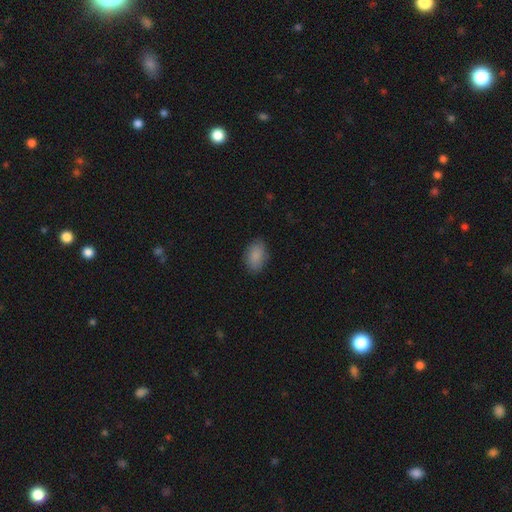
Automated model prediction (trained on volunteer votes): Smooth or featured? smooth (87%)
How rounded? in between (85%)
Merging? none (81%)